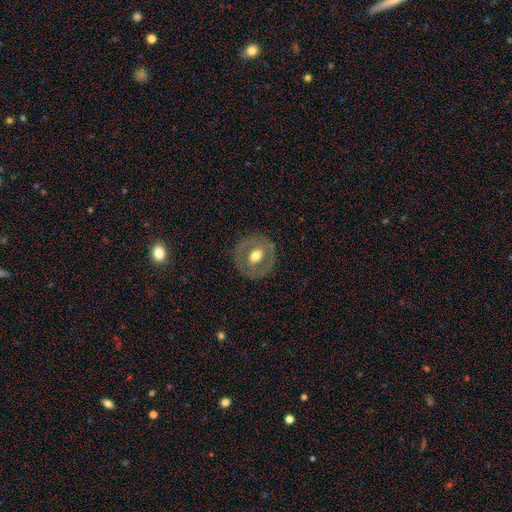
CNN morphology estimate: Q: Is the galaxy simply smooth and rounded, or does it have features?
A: featured or disk — 51%.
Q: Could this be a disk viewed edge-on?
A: no — 93%.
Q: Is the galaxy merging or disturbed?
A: none — 84%.